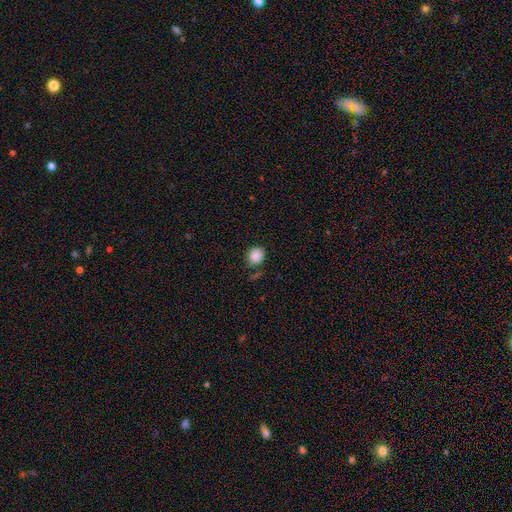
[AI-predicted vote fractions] A smooth galaxy with no disk features (87%) that is round (65%).

Vote fractions:
- Smooth or featured? smooth: 87% / star or artifact: 9% / featured or disk: 4%
- How rounded? round: 65% / in between: 34% / cigar-shaped: 1%
- Merging? none: 75% / minor disturbance: 15% / merger: 5% / major disturbance: 5%